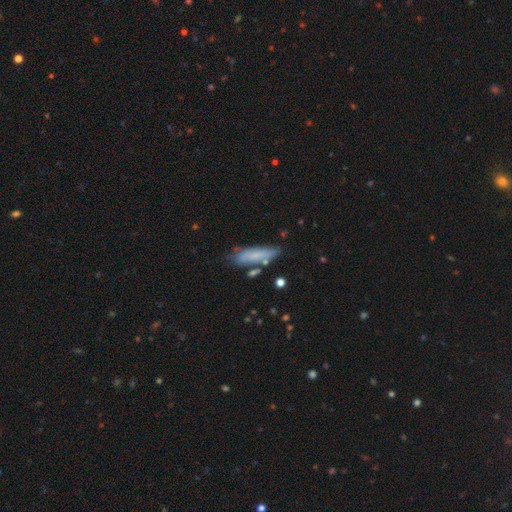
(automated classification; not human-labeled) The model was most divided on "how rounded": cigar-shaped: 64%, in between: 34%, round: 2%. More confident: smooth or featured — smooth (71%); merging — none (63%).